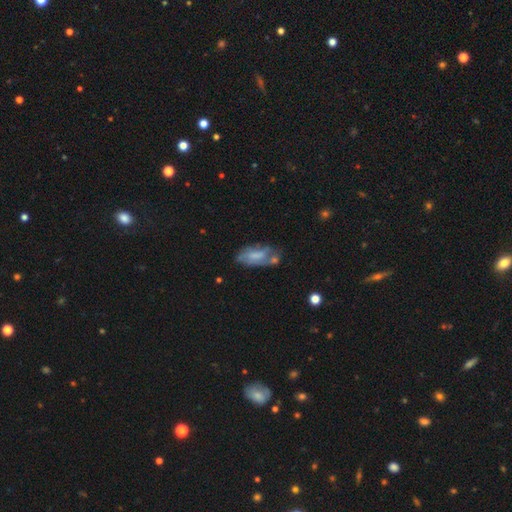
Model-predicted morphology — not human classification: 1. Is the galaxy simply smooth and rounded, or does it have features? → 50% smooth, 42% featured or disk, 8% star or artifact.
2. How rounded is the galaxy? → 83% in between, 14% cigar-shaped, 3% round.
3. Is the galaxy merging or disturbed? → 44% none, 28% minor disturbance, 14% major disturbance, 13% merger.